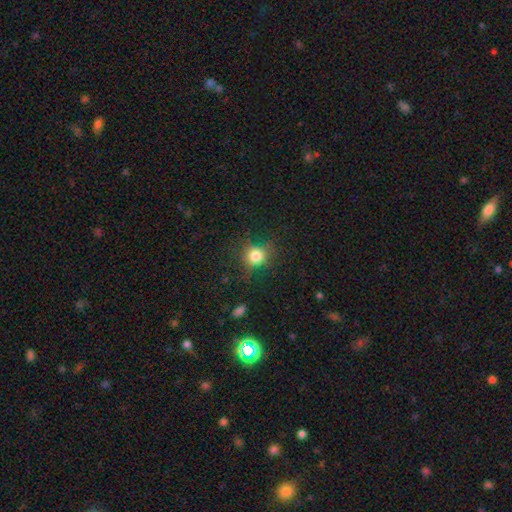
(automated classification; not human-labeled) A smooth galaxy with no disk features (79%) that is round (83%).

Vote fractions:
- Smooth or featured? smooth: 79% / star or artifact: 13% / featured or disk: 8%
- How rounded? round: 83% / in between: 15% / cigar-shaped: 1%
- Merging? none: 75% / minor disturbance: 17% / major disturbance: 7% / merger: 2%